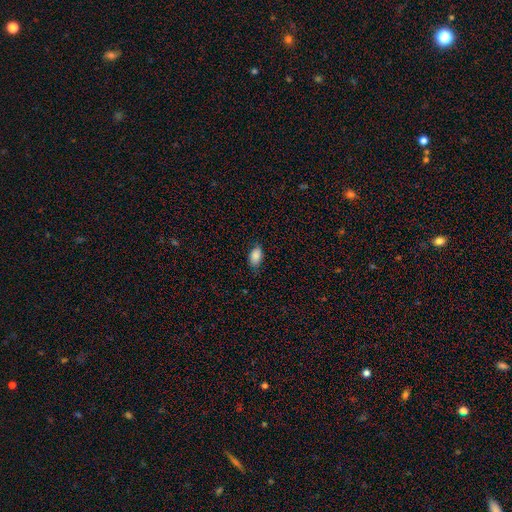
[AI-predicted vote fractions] Smooth or featured? Predicted: smooth (p=0.87). How rounded? Predicted: in between (p=0.92). Merging? Predicted: none (p=0.77).